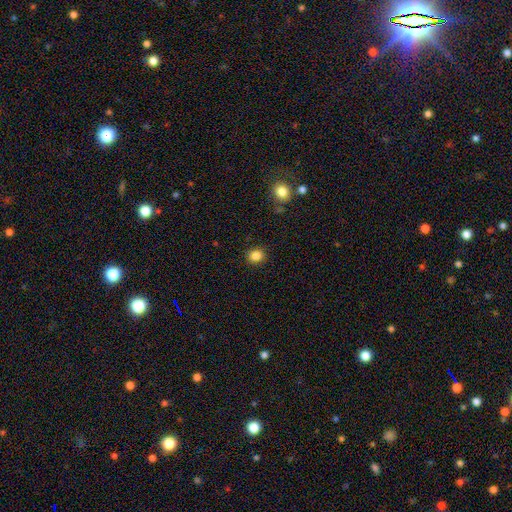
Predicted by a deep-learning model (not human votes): The model was most divided on "how rounded": round: 76%, in between: 23%, cigar-shaped: 1%. More confident: merging — none (90%); smooth or featured — smooth (85%).